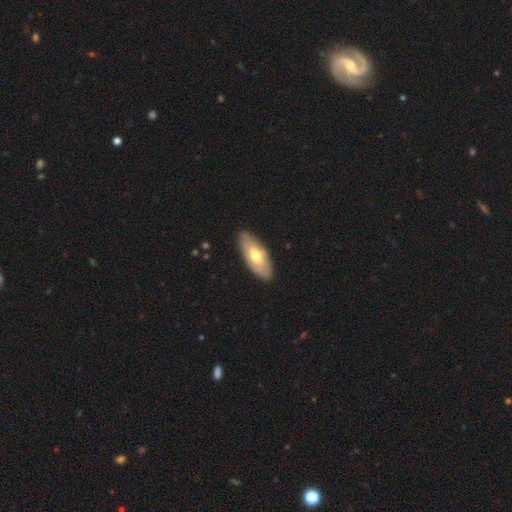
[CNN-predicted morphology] Smooth or featured? Predicted: smooth (p=0.53). How rounded? Predicted: in between (p=0.85). Merging? Predicted: none (p=0.85).